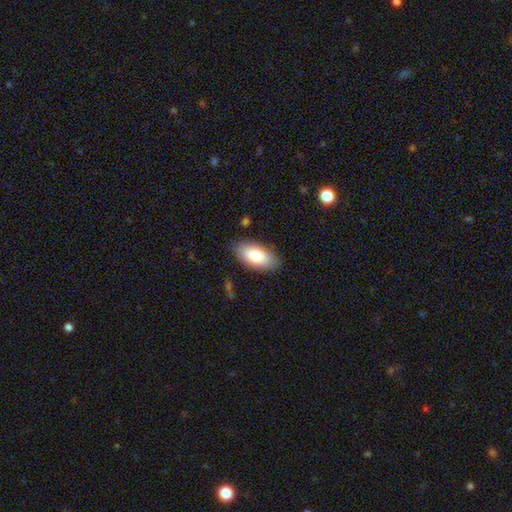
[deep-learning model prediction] Overall: smooth (79%). How rounded: in between (93%). Merging: none (84%).